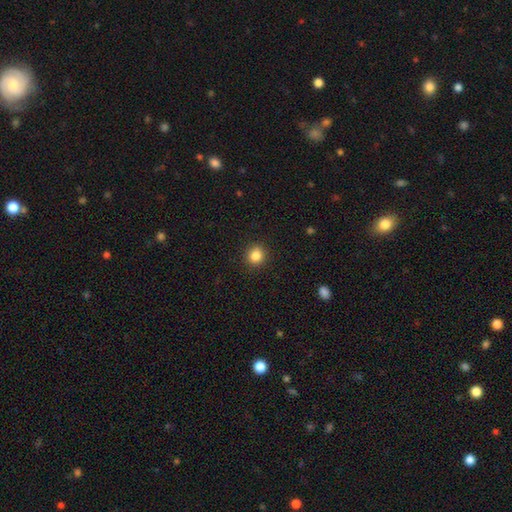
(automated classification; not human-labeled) Smooth or featured?
  - smooth: 85% *
  - star or artifact: 11%
  - featured or disk: 4%
How rounded?
  - round: 89% *
  - in between: 10%
  - cigar-shaped: 1%
Merging?
  - none: 92% *
  - minor disturbance: 6%
  - major disturbance: 2%
  - merger: 1%